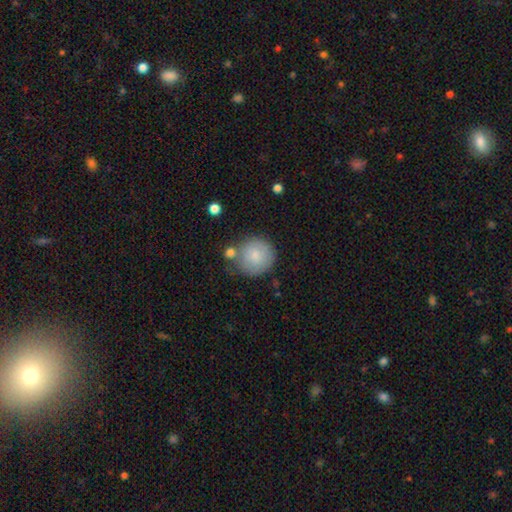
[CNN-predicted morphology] smooth 80%, featured or disk 13%, star or artifact 7%. Down the decision tree: how rounded — round (93%); merging — none (66%).